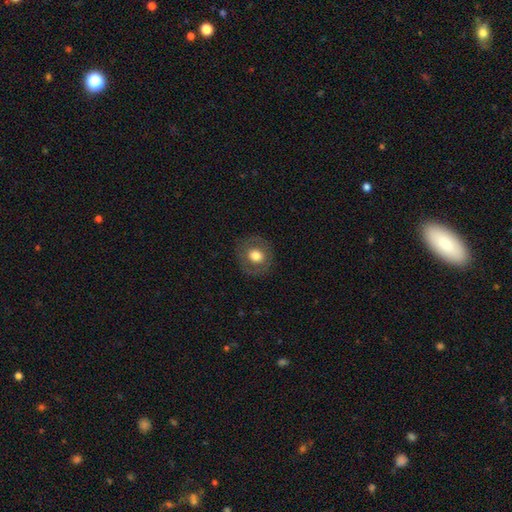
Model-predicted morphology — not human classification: type=smooth (65%); roundness=round (81%); merging=none (84%).